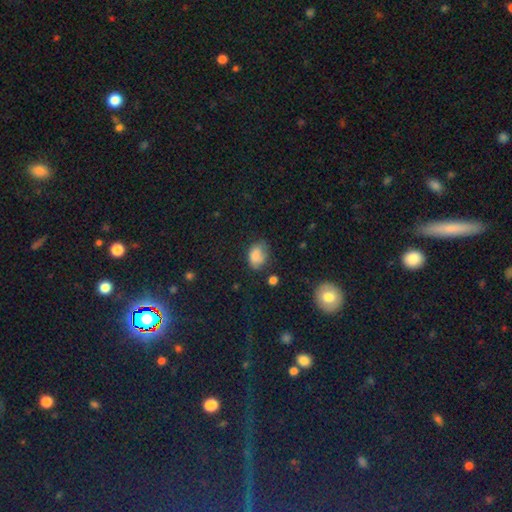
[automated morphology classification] Smooth or featured? smooth (80%)
How rounded? in between (79%)
Merging? none (57%)